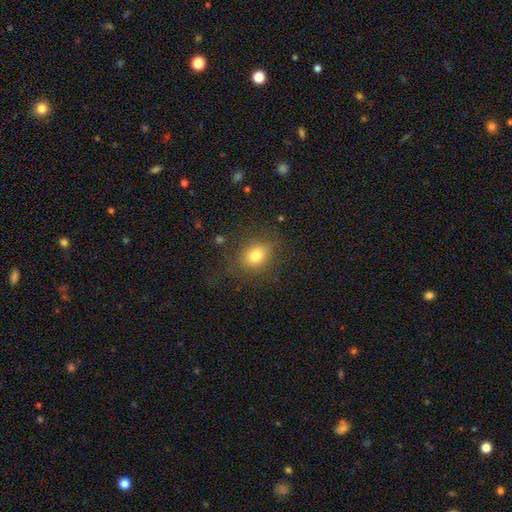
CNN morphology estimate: A smooth galaxy with no disk features (76%) that is round (53%).

Vote fractions:
- Smooth or featured? smooth: 76% / star or artifact: 13% / featured or disk: 11%
- How rounded? round: 53% / in between: 45% / cigar-shaped: 2%
- Merging? none: 74% / minor disturbance: 16% / major disturbance: 9% / merger: 2%